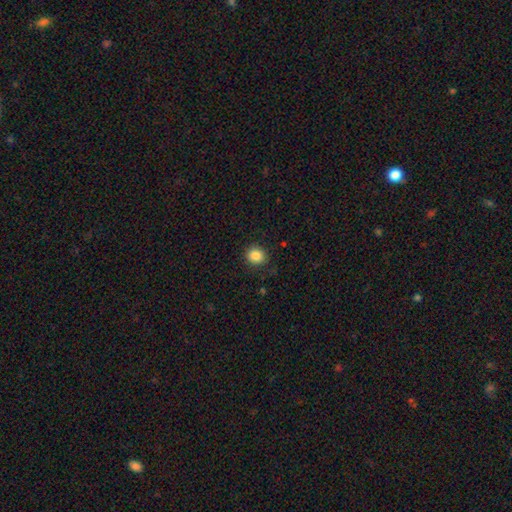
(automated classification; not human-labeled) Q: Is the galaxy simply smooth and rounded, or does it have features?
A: smooth — 86%.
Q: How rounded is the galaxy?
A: round — 81%.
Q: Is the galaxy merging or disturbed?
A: none — 88%.